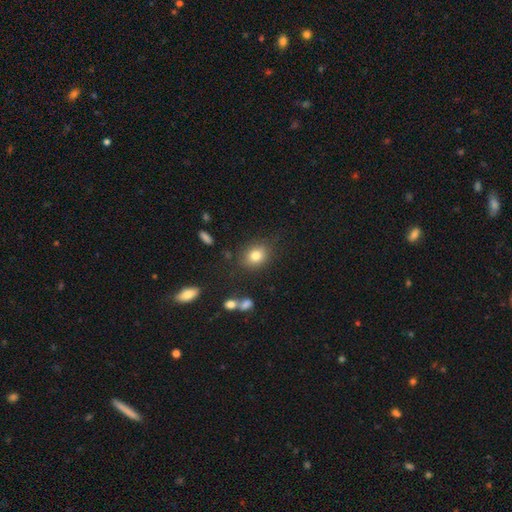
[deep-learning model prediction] The model was most divided on "how rounded": round: 50%, in between: 48%, cigar-shaped: 1%. More confident: smooth or featured — smooth (81%); merging — none (80%).